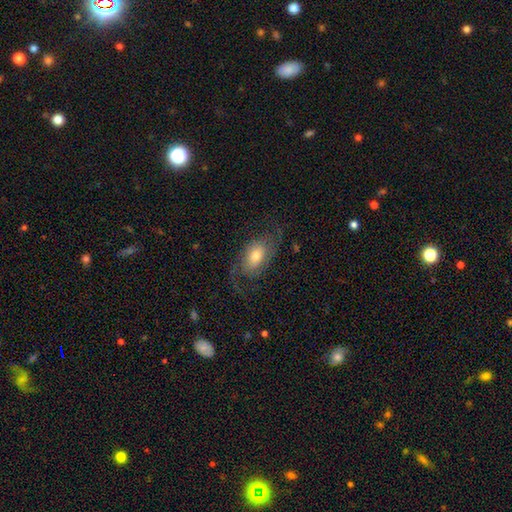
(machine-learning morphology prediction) Smooth or featured?
  - featured or disk: 70% *
  - smooth: 23%
  - star or artifact: 7%
Edge-on disk?
  - no: 95% *
  - yes: 5%
Bar?
  - no: 61% *
  - weak: 30%
  - strong: 9%
Spiral arms?
  - yes: 92% *
  - no: 8%
Spiral winding?
  - loose: 51% *
  - medium: 38%
  - tight: 11%
Spiral arm count?
  - 2: 88% *
  - can't tell: 5%
  - 1: 3%
  - 3: 2%
  - 4: 1%
  - more than 4: 1%
Bulge size?
  - moderate: 56% *
  - small: 27%
  - large: 13%
  - dominant: 3%
  - none: 2%
Merging?
  - none: 66% *
  - major disturbance: 17%
  - minor disturbance: 16%
  - merger: 1%